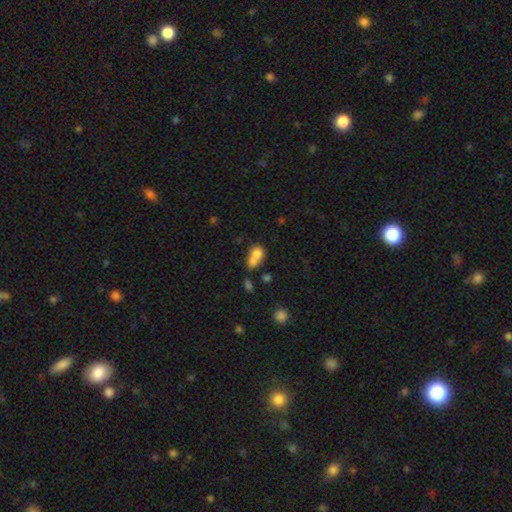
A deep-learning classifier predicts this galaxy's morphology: The model was most divided on "how rounded": round: 54%, in between: 44%, cigar-shaped: 2%. More confident: smooth or featured — smooth (73%); merging — merger (65%).